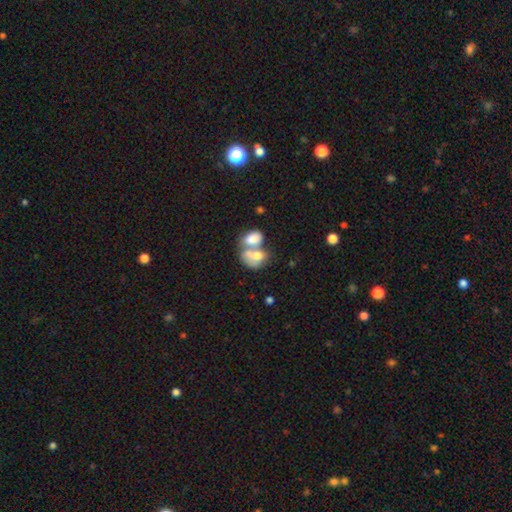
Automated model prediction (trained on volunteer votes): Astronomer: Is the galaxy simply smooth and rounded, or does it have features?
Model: smooth — 67%.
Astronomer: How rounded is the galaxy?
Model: in between — 77%.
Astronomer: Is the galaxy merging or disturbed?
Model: merger — 74%.